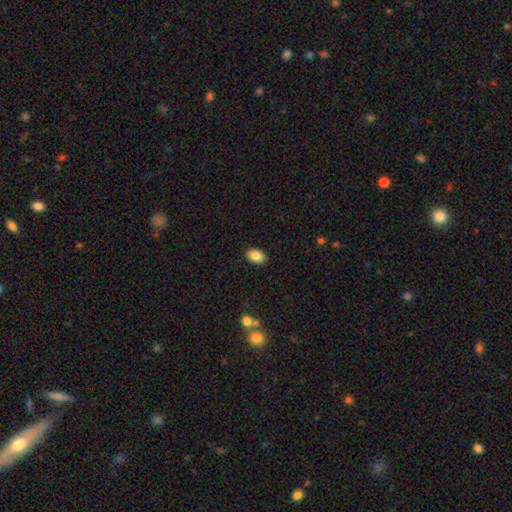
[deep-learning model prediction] Smooth or featured?
  - smooth: 86% *
  - star or artifact: 8%
  - featured or disk: 6%
How rounded?
  - in between: 89% *
  - round: 10%
  - cigar-shaped: 1%
Merging?
  - none: 89% *
  - minor disturbance: 8%
  - major disturbance: 2%
  - merger: 1%